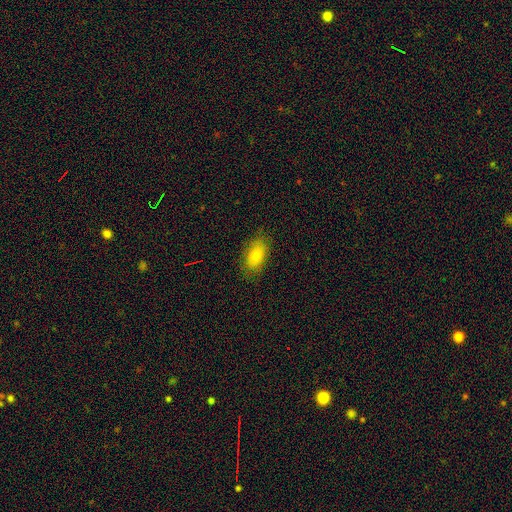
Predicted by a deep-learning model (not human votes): This appears to be a smooth galaxy with no disk features (77%) that is in between round and cigar-shaped (90%). Merging: none (82%).